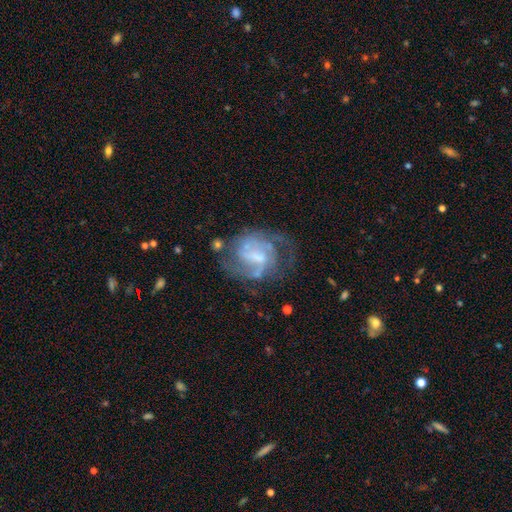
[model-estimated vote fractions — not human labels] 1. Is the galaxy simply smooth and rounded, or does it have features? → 82% featured or disk, 11% smooth, 7% star or artifact.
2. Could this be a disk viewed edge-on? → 98% no, 2% yes.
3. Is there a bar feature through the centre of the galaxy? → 53% weak, 29% no, 18% strong.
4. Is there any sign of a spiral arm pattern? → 90% yes, 10% no.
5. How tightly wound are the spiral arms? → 50% medium, 30% tight, 20% loose.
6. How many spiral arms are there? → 61% 2, 18% can't tell, 10% 3, 5% 1, 3% 4, 3% more than 4.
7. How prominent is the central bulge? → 39% small, 28% moderate, 25% none, 6% large, 1% dominant.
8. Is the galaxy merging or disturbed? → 57% none, 20% minor disturbance, 19% major disturbance, 4% merger.